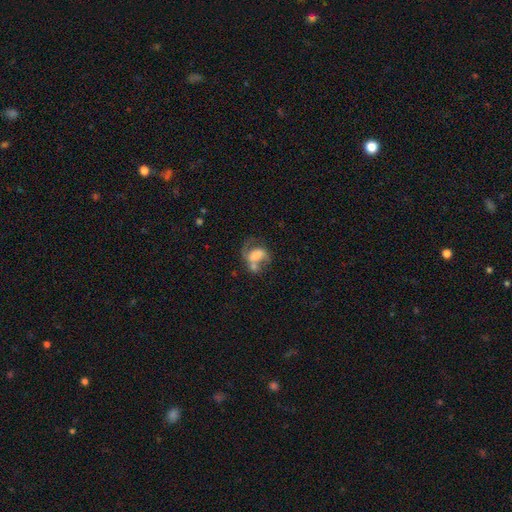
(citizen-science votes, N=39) A featured or disk galaxy (67%) with no bar (48%), 2 (75%) medium (45%) spiral arms (80%) and a moderate central bulge (36%).

Vote fractions:
- Smooth or featured? featured or disk: 67% / smooth: 28% / star or artifact: 5%
- Edge-on disk? no: 96% / yes: 4%
- Bar? no: 48% / strong: 32% / weak: 20%
- Spiral arms? yes: 80% / no: 20%
- Spiral winding? medium: 45% / loose: 40% / tight: 15%
- Spiral arm count? 2: 75% / 1: 20% / can't tell: 5% / 3: 0% / 4: 0% / more than 4: 0%
- Bulge size? moderate: 36% / large: 28% / small: 24% / none: 8% / dominant: 4%
- Merging? none: 32% / major disturbance: 27% / merger: 27% / minor disturbance: 14%